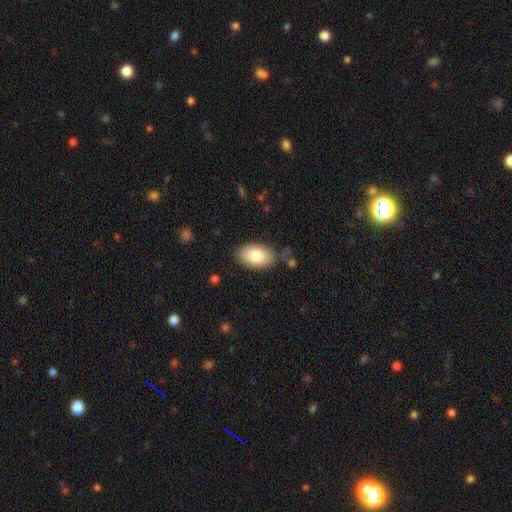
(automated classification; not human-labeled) Overall: smooth (82%). How rounded: in between (94%). Merging: none (81%).